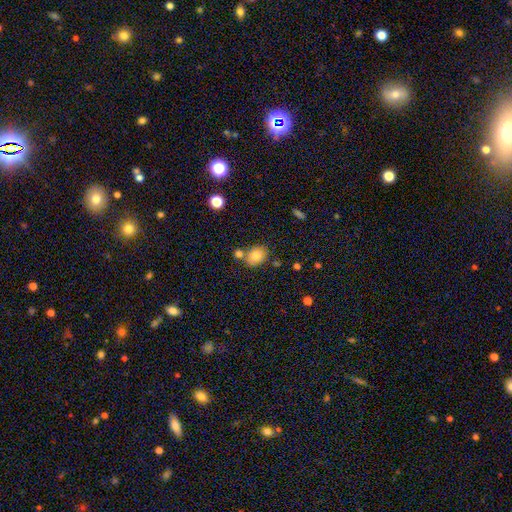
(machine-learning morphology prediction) Q: Smooth or featured?
A: smooth (78%); runner-up: featured or disk (13%)
Q: How rounded?
A: in between (59%); runner-up: round (40%)
Q: Merging?
A: none (62%); runner-up: merger (20%)